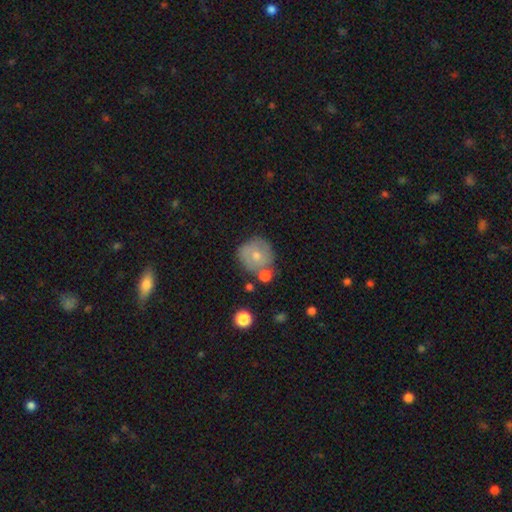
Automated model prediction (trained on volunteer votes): Smooth or featured? Predicted: smooth (p=0.63). How rounded? Predicted: round (p=0.89). Merging? Predicted: none (p=0.58).